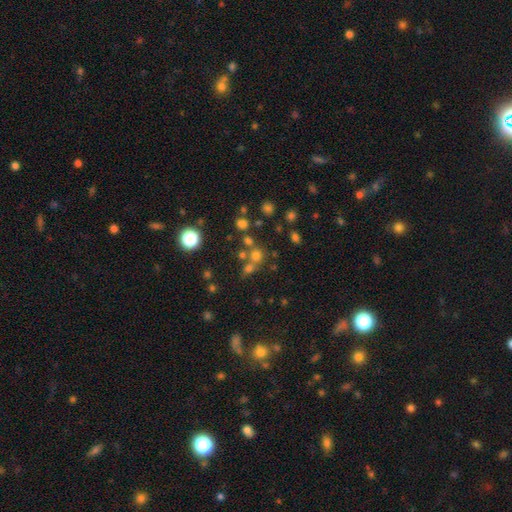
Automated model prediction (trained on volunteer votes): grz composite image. It shows a smooth galaxy with no disk features (61%) that is round (88%). Merging: none (53%).